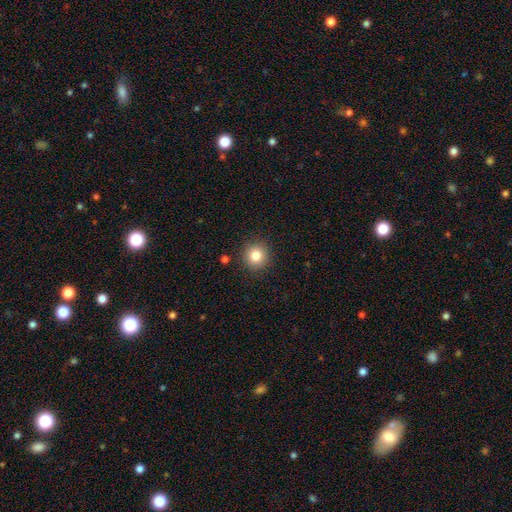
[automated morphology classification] smooth_or_featured: smooth (p=0.83) [alt: star or artifact p=0.11]
how_rounded: round (p=0.92) [alt: in between p=0.07]
merging: none (p=0.90) [alt: minor disturbance p=0.06]